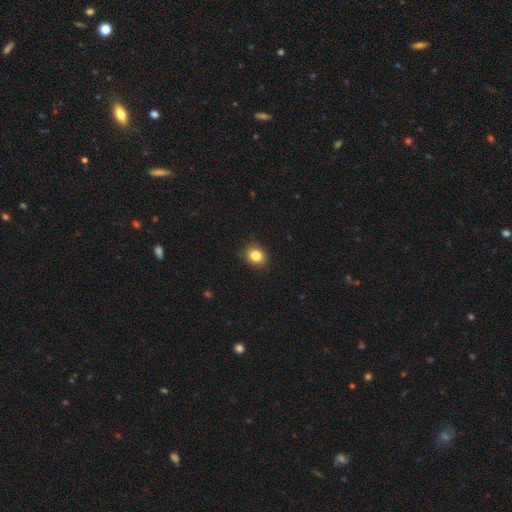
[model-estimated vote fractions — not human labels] This appears to be a smooth galaxy with no disk features (83%) that is round (55%). Merging: none (85%).